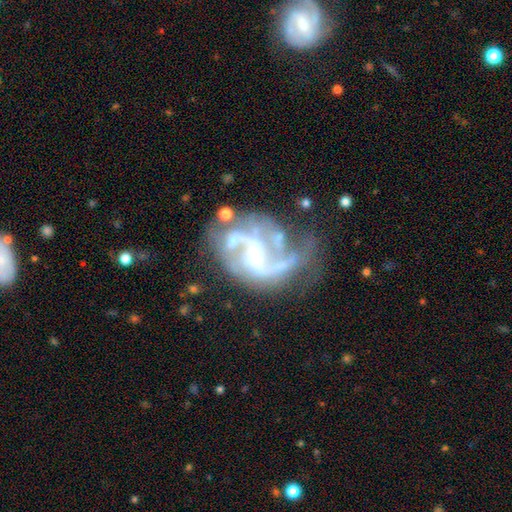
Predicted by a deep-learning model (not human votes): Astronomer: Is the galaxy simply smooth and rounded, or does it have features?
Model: featured or disk — 90%.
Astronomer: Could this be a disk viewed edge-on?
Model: no — 98%.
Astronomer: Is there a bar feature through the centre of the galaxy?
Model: weak — 47% (runner-up: strong, 27%).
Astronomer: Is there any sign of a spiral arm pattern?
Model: yes — 97%.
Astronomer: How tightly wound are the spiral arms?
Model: medium — 49% (runner-up: loose, 36%).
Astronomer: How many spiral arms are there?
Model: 2 — 68%.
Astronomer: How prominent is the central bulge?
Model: small — 52% (runner-up: moderate, 42%).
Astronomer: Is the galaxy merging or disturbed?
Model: none — 44% (runner-up: major disturbance, 26%).